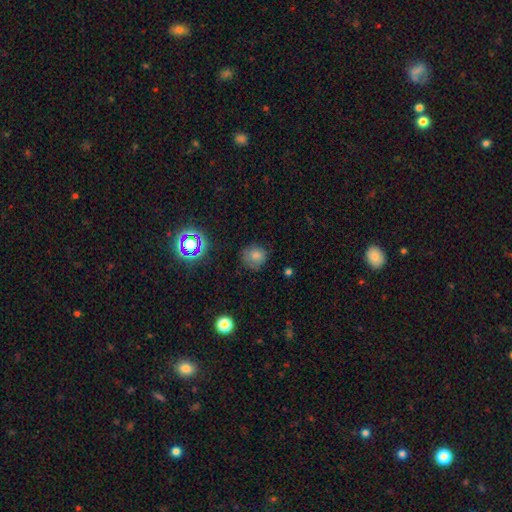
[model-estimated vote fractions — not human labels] smooth_or_featured: smooth (p=0.74) [alt: star or artifact p=0.17]
how_rounded: round (p=0.86) [alt: in between p=0.13]
merging: none (p=0.75) [alt: minor disturbance p=0.18]